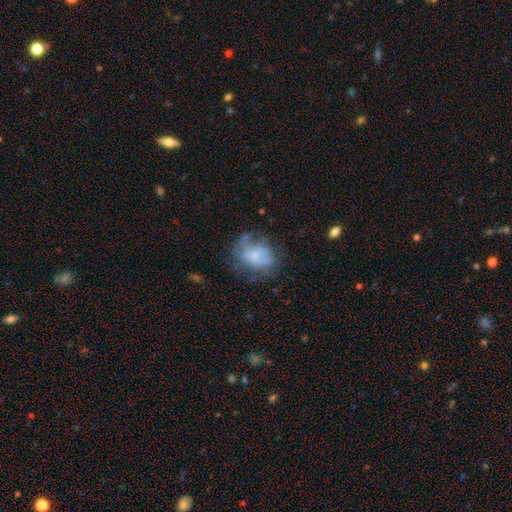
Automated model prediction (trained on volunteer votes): A smooth galaxy with no disk features (52%) that is in between round and cigar-shaped (59%).

Vote fractions:
- Smooth or featured? smooth: 52% / featured or disk: 39% / star or artifact: 9%
- How rounded? in between: 59% / round: 40% / cigar-shaped: 1%
- Merging? none: 47% / minor disturbance: 27% / major disturbance: 23% / merger: 3%